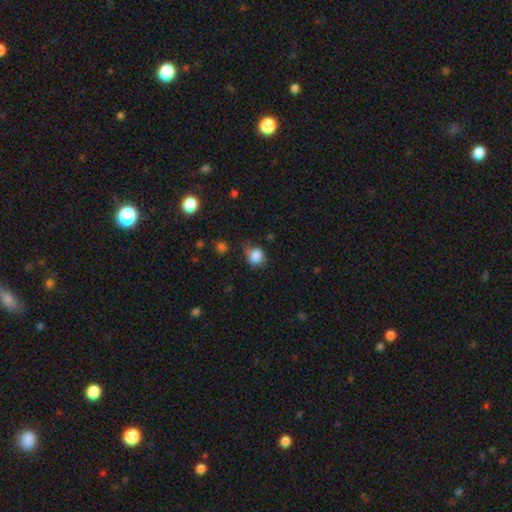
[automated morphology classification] This appears to be a smooth galaxy with no disk features (82%) that is round (64%). Merging: none (50%).